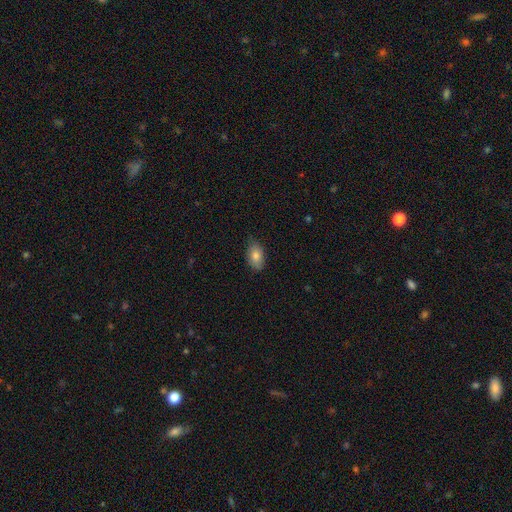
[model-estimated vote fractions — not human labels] Morphology: type=smooth (81%); roundness=in between (90%); merging=none (77%).